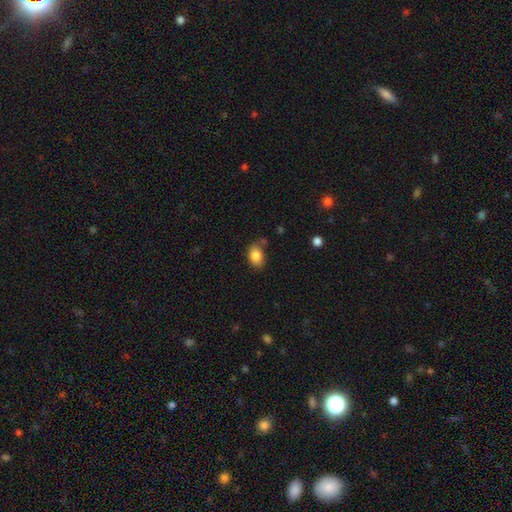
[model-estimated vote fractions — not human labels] Smooth or featured: smooth — 84% (star or artifact — 9%)
How rounded: in between — 76% (round — 23%)
Merging: none — 69% (minor disturbance — 20%)